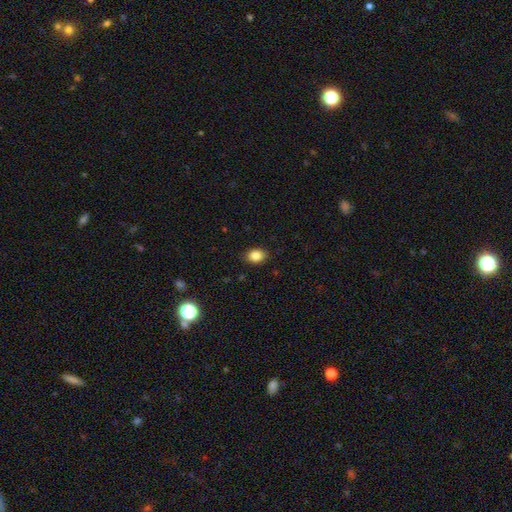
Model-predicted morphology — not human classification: smooth_or_featured: smooth (p=0.86) [alt: star or artifact p=0.09]
how_rounded: in between (p=0.68) [alt: round p=0.31]
merging: none (p=0.87) [alt: minor disturbance p=0.10]